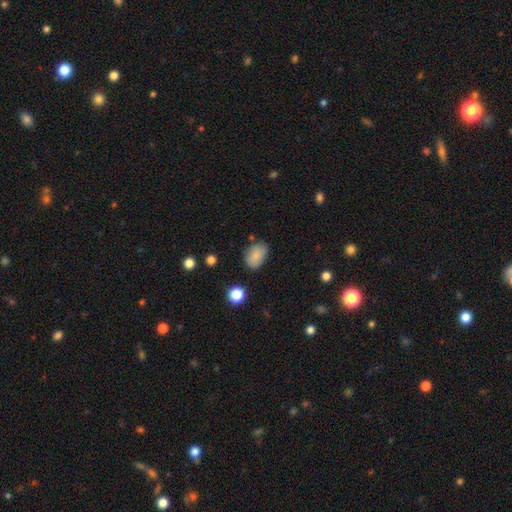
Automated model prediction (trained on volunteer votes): smooth-or-featured: smooth: 84% | star or artifact: 8% | featured or disk: 8%
  how-rounded: in between: 82% | round: 17% | cigar-shaped: 1%
  merging: none: 73% | minor disturbance: 20% | major disturbance: 5% | merger: 3%